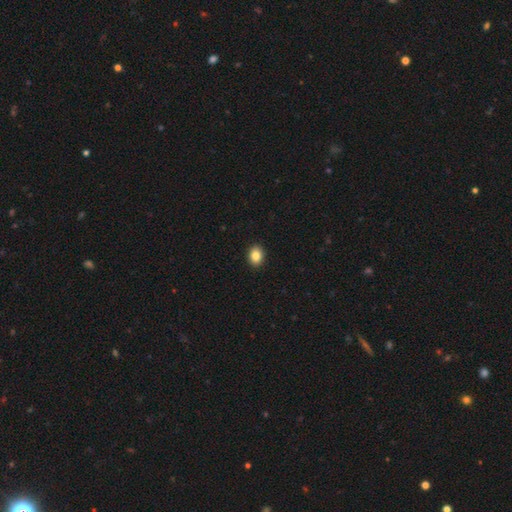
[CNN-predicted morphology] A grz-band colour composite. It shows a smooth galaxy with no disk features (86%) that is in between round and cigar-shaped (61%). Merging: none (92%).